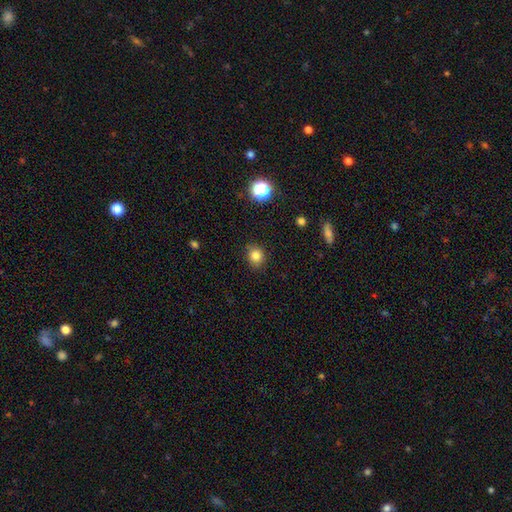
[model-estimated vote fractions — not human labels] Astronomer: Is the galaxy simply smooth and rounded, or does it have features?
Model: smooth — 82%.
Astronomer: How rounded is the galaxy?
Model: round — 78%.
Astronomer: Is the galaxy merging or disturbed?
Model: none — 84%.